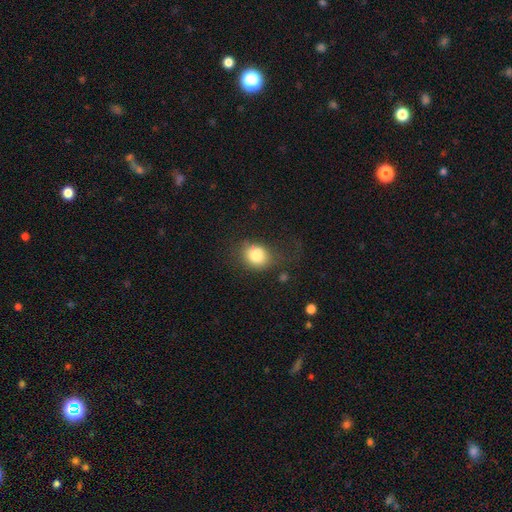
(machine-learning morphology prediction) Smooth or featured? Predicted: smooth (p=0.81). How rounded? Predicted: round (p=0.55). Merging? Predicted: none (p=0.56).